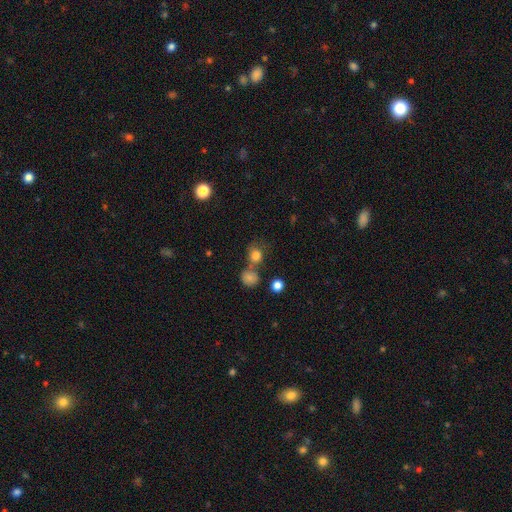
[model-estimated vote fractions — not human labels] smooth-or-featured: smooth: 79% | star or artifact: 13% | featured or disk: 8%
  how-rounded: round: 79% | in between: 20% | cigar-shaped: 1%
  merging: none: 52% | merger: 30% | minor disturbance: 12% | major disturbance: 6%